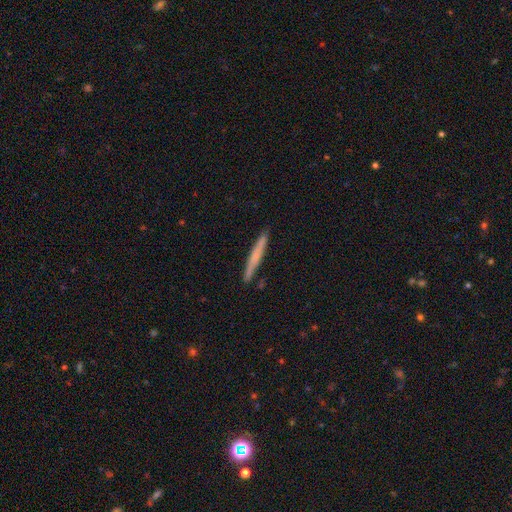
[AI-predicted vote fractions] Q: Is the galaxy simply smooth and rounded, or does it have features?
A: smooth — 59%.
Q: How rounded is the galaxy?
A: cigar-shaped — 96%.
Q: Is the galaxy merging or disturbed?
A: none — 90%.